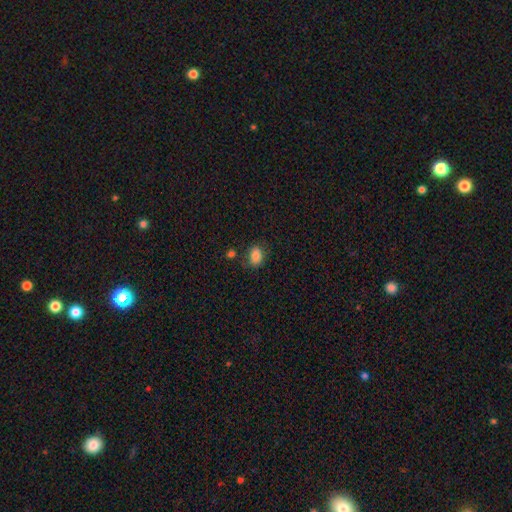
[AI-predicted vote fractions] The model was most divided on "how rounded": in between: 68%, round: 31%, cigar-shaped: 1%. More confident: smooth or featured — smooth (84%); merging — none (73%).